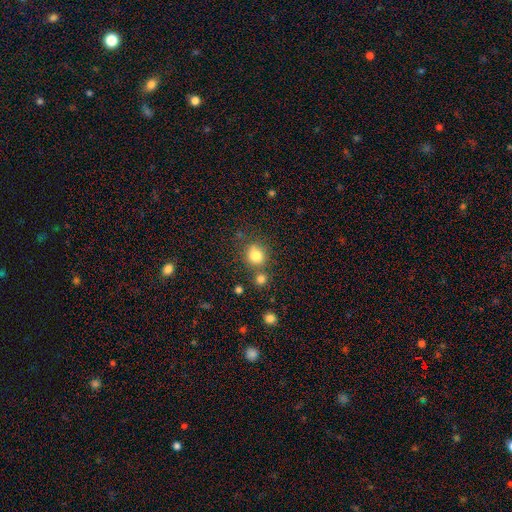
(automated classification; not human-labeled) Smooth or featured: smooth — 81% (star or artifact — 12%)
How rounded: round — 84% (in between — 15%)
Merging: none — 67% (merger — 18%)